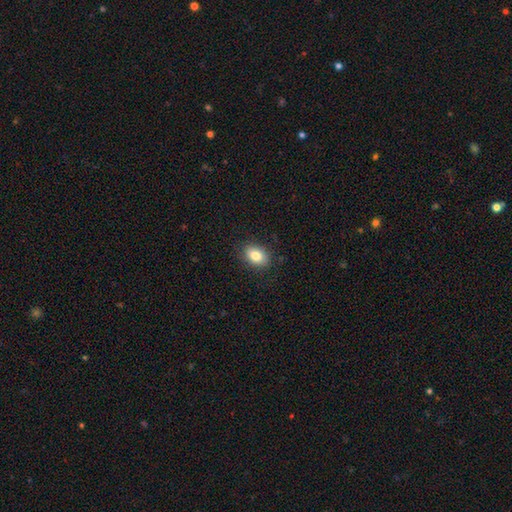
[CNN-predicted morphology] Smooth or featured: smooth — 83% (featured or disk — 8%)
How rounded: in between — 79% (round — 20%)
Merging: none — 87% (minor disturbance — 10%)